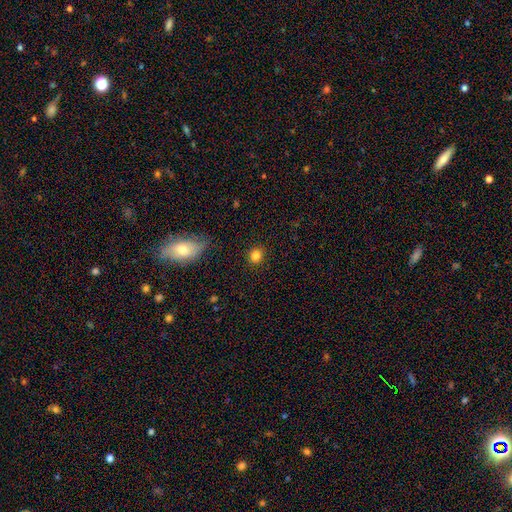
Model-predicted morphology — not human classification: Overall: smooth (83%). How rounded: round (86%). Merging: none (90%).